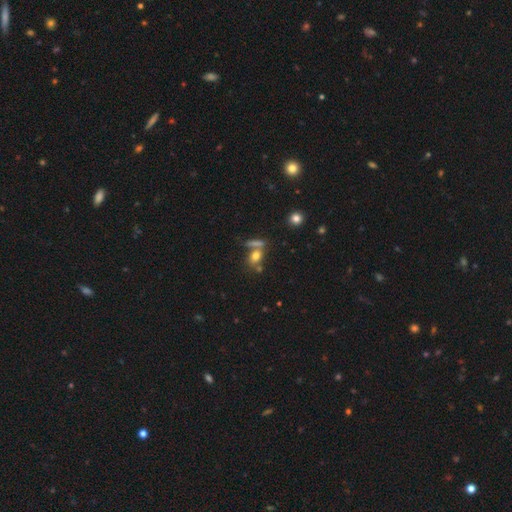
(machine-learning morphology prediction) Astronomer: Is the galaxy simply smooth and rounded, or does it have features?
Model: smooth — 70%.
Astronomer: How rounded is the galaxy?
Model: in between — 59%.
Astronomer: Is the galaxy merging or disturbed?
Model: none — 50% (runner-up: merger, 32%).